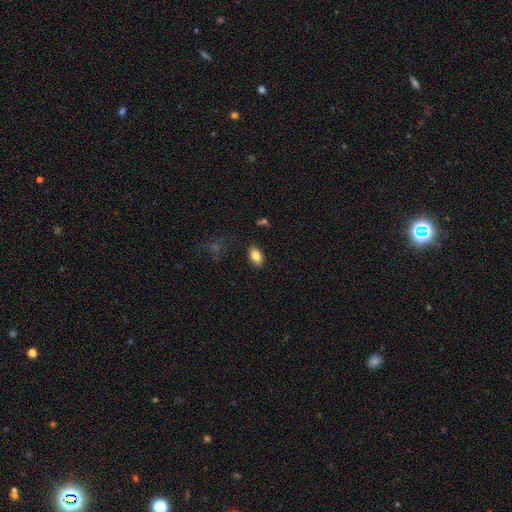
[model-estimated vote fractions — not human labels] Smooth or featured? smooth (83%)
How rounded? in between (90%)
Merging? none (85%)